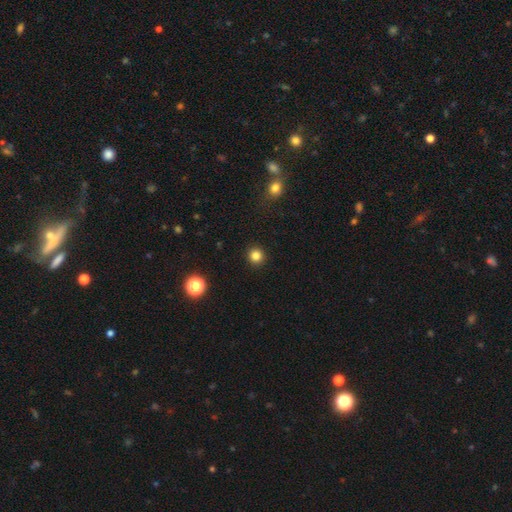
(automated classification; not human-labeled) A smooth galaxy with no disk features (83%) that is round (94%). Merging: none (93%).